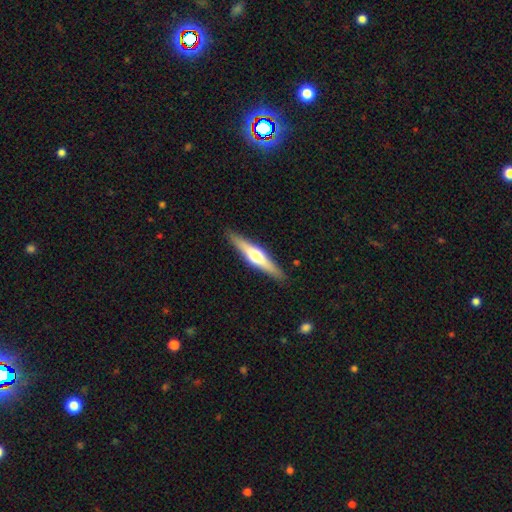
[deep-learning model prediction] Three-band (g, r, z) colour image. It shows a featured or disk galaxy (64%) viewed edge-on (97%) with a rounded central bulge (93%). Merging: none (90%).